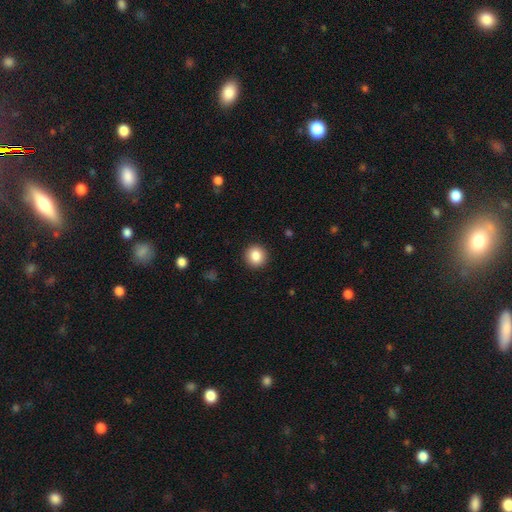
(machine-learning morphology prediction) Smooth or featured? Predicted: smooth (p=0.86). How rounded? Predicted: round (p=0.91). Merging? Predicted: none (p=0.92).